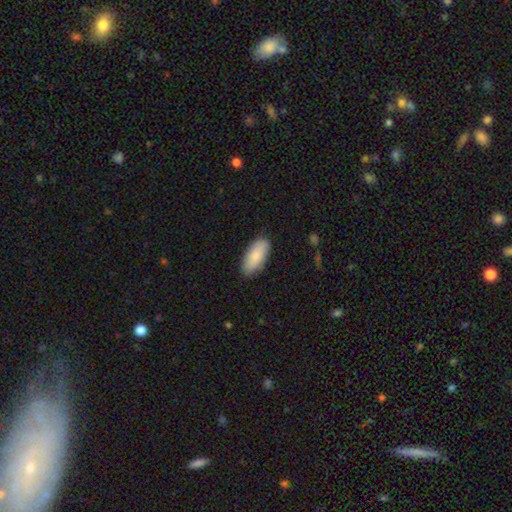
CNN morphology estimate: A smooth galaxy with no disk features (85%) that is in between round and cigar-shaped (89%).

Vote fractions:
- Smooth or featured? smooth: 85% / featured or disk: 10% / star or artifact: 6%
- How rounded? in between: 89% / cigar-shaped: 9% / round: 2%
- Merging? none: 87% / minor disturbance: 10% / major disturbance: 2% / merger: 1%